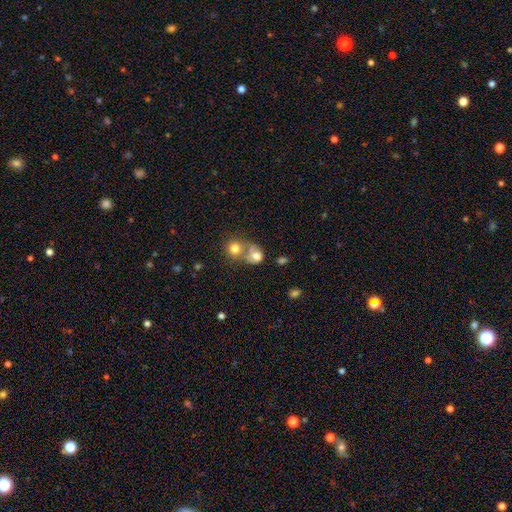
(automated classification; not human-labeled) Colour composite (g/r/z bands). It shows a smooth galaxy with no disk features (72%) that is round (66%). Merging: merger (58%).